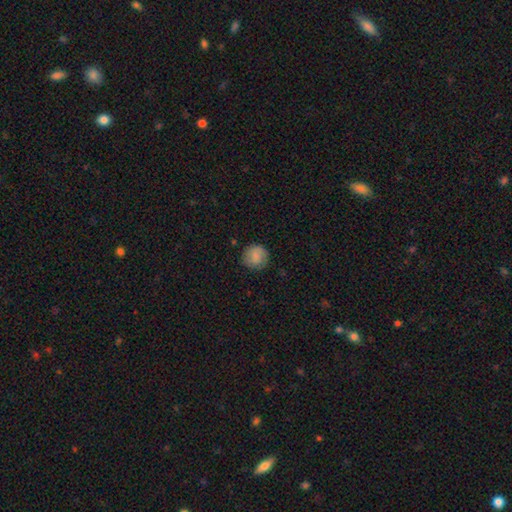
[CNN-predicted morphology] This is clearly a smooth galaxy (80%). How rounded: clearly round (92%). Merging: clearly none (83%).